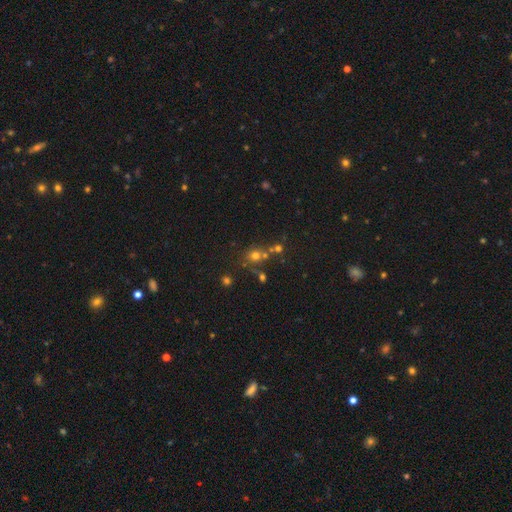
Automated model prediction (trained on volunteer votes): A smooth galaxy with no disk features (54%) that is round (84%).

Vote fractions:
- Smooth or featured? smooth: 54% / star or artifact: 32% / featured or disk: 14%
- How rounded? round: 84% / in between: 15% / cigar-shaped: 1%
- Merging? none: 58% / merger: 28% / minor disturbance: 10% / major disturbance: 5%